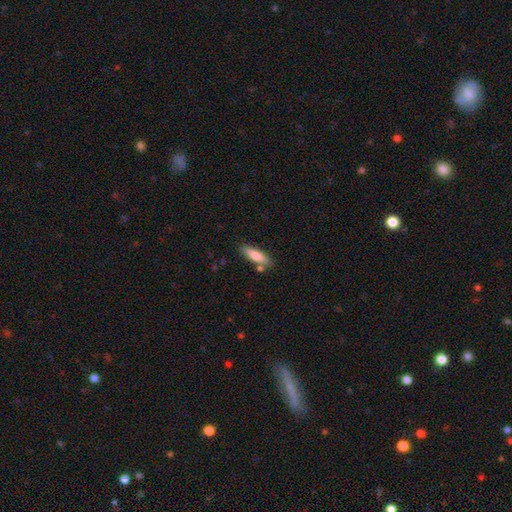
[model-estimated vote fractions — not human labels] Smooth or featured?
  - smooth: 77% *
  - featured or disk: 17%
  - star or artifact: 6%
How rounded?
  - cigar-shaped: 59% *
  - in between: 39%
  - round: 2%
Merging?
  - none: 78% *
  - minor disturbance: 12%
  - merger: 7%
  - major disturbance: 3%